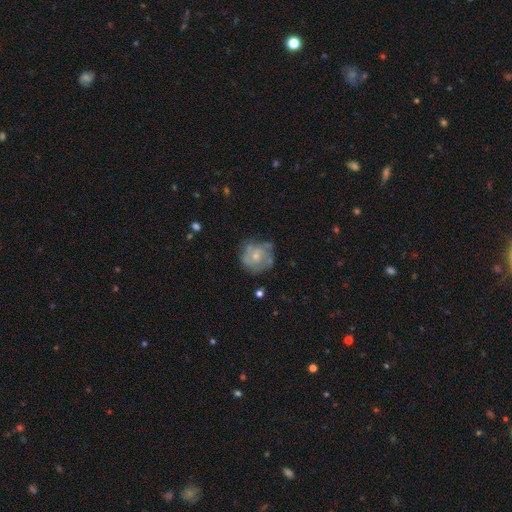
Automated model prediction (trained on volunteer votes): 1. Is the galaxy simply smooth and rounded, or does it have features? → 62% featured or disk, 31% smooth, 7% star or artifact.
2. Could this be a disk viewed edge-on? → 98% no, 2% yes.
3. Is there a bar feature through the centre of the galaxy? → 81% no, 16% weak, 2% strong.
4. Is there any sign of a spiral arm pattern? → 56% yes, 44% no.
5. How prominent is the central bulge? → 55% small, 38% moderate, 5% none, 2% large, 1% dominant.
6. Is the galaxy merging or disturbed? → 60% none, 24% minor disturbance, 13% major disturbance, 4% merger.